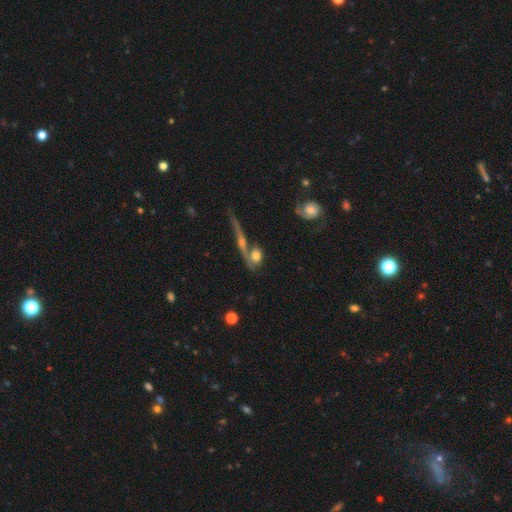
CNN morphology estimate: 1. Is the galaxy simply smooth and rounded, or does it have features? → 54% smooth, 35% featured or disk, 10% star or artifact.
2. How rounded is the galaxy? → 51% in between, 38% round, 12% cigar-shaped.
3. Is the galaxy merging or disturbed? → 44% merger, 36% none, 12% minor disturbance, 8% major disturbance.